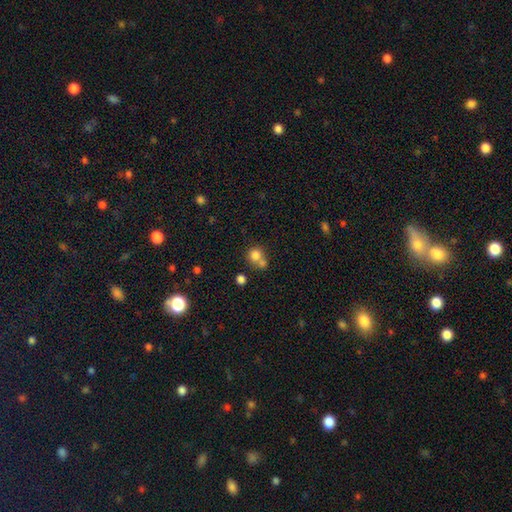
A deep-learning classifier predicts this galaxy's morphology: smooth-or-featured: smooth: 78% | star or artifact: 12% | featured or disk: 10%
  how-rounded: round: 84% | in between: 15% | cigar-shaped: 1%
  merging: merger: 45% | none: 44% | minor disturbance: 8% | major disturbance: 4%